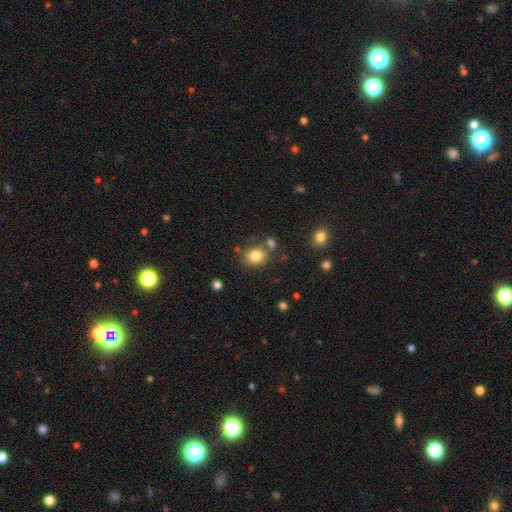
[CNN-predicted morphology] A smooth galaxy with no disk features (82%) that is round (66%).

Vote fractions:
- Smooth or featured? smooth: 82% / star or artifact: 11% / featured or disk: 6%
- How rounded? round: 66% / in between: 33% / cigar-shaped: 1%
- Merging? none: 73% / minor disturbance: 12% / merger: 11% / major disturbance: 4%